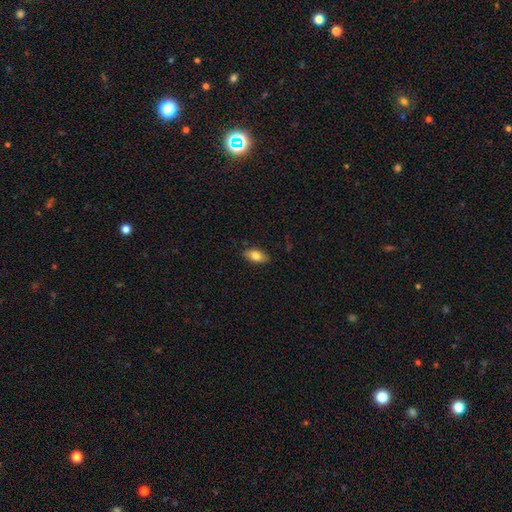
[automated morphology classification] smooth-or-featured: smooth: 81% | featured or disk: 12% | star or artifact: 7%
  how-rounded: in between: 90% | cigar-shaped: 6% | round: 4%
  merging: none: 85% | minor disturbance: 12% | major disturbance: 2% | merger: 1%